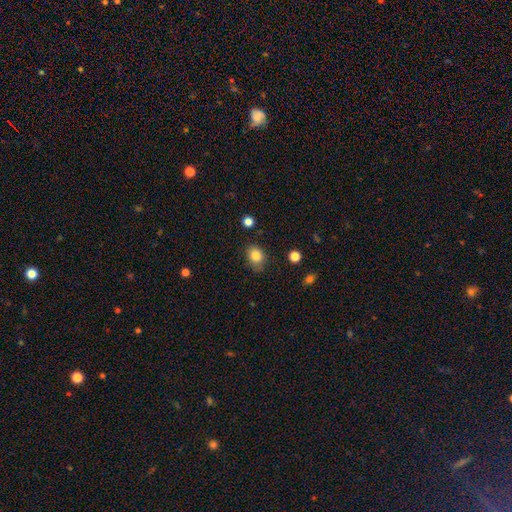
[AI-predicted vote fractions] Overall: smooth (83%). How rounded: in between (51%; round 48%). Merging: none (74%).